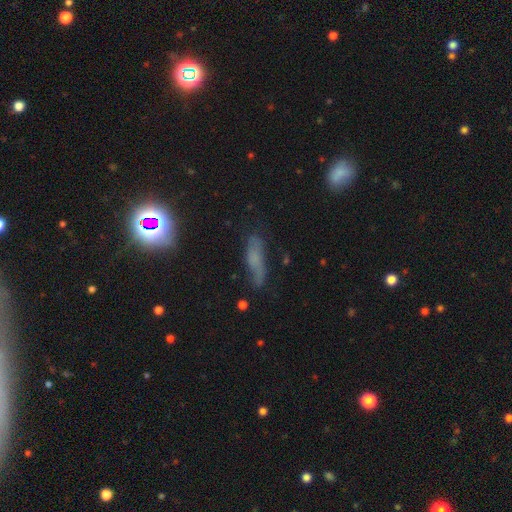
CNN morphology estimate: type=smooth (44%); merging=none (65%).